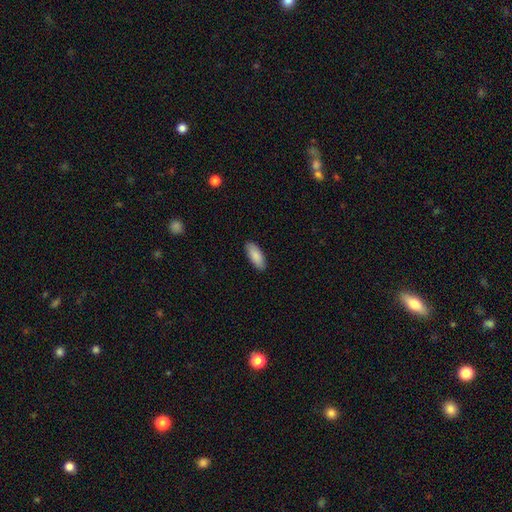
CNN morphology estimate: smooth 88%, featured or disk 6%, star or artifact 5%. Down the decision tree: how rounded — in between (80%); merging — none (89%).